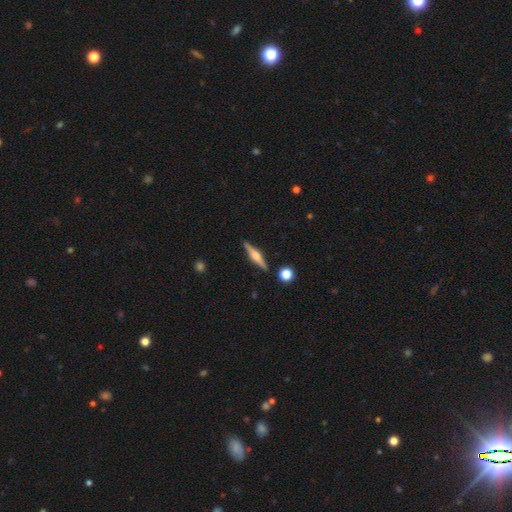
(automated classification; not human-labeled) A featured or disk galaxy (72%) viewed edge-on (98%) with a rounded central bulge (86%).

Vote fractions:
- Smooth or featured? featured or disk: 72% / smooth: 21% / star or artifact: 6%
- Edge-on disk? yes: 98% / no: 2%
- Edge-on bulge? rounded: 86% / boxy: 11% / none: 3%
- Merging? none: 89% / minor disturbance: 7% / merger: 2% / major disturbance: 2%